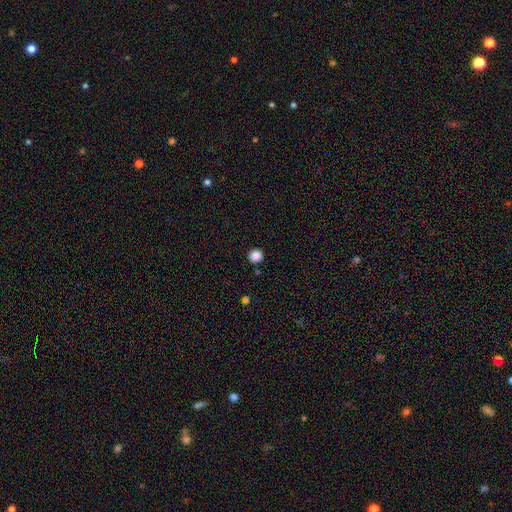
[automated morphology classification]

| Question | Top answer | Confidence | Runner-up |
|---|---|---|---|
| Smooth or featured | smooth | 87% | star or artifact (11%) |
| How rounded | round | 92% | in between (7%) |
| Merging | none | 91% | minor disturbance (5%) |